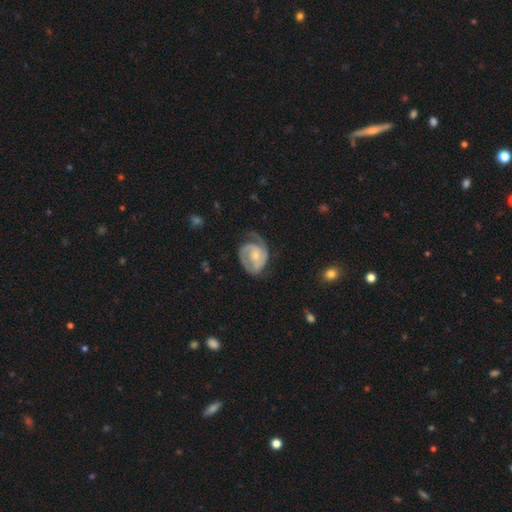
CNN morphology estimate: Overall: featured or disk (75%). Edge-on disk: no (98%). Bar: no (62%; weak 31%). Spiral arms: yes (91%). Spiral arm count: 2 (53%; 1 24%). Spiral winding: tight (43%; medium 41%). Bulge size: small (58%; moderate 34%). Merging: none (47%; minor disturbance 28%).